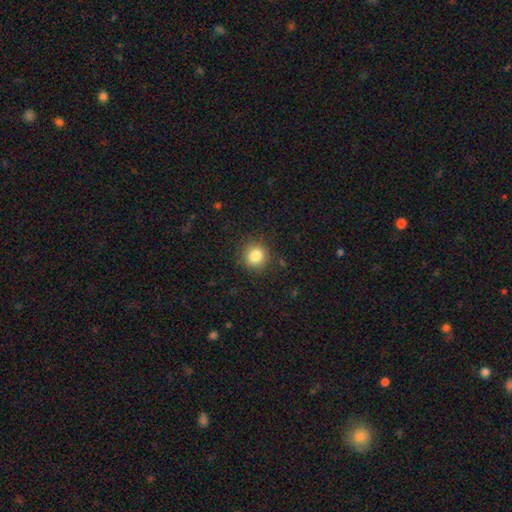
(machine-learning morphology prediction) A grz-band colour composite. It shows a smooth galaxy with no disk features (84%) that is round (88%). Merging: none (87%).